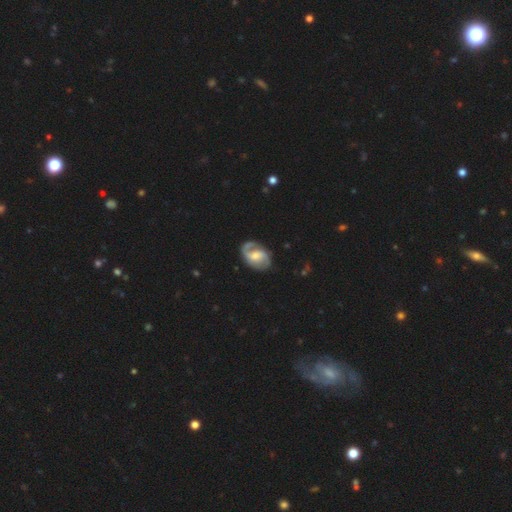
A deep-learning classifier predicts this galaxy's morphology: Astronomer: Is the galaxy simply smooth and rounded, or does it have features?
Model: featured or disk — 80%.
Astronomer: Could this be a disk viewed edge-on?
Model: no — 97%.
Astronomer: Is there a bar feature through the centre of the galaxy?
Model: weak — 50% (runner-up: no, 33%).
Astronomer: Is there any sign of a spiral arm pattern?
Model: yes — 94%.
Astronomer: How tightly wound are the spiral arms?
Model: medium — 49% (runner-up: tight, 28%).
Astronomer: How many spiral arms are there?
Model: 2 — 83%.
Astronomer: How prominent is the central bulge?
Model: moderate — 51% (runner-up: small, 30%).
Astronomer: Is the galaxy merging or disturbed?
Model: none — 73%.